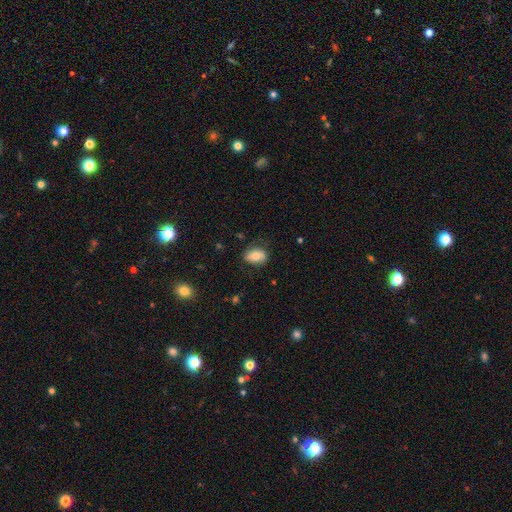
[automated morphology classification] This appears to be a smooth galaxy with no disk features (69%) that is in between round and cigar-shaped (78%). Merging: none (75%).